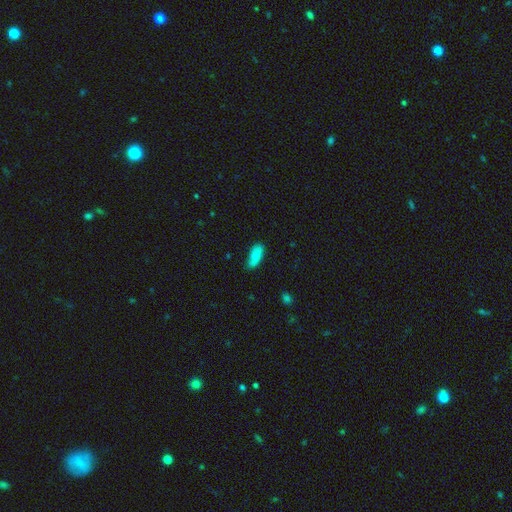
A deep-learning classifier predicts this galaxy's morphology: Q: Smooth or featured?
A: smooth (81%); runner-up: featured or disk (12%)
Q: How rounded?
A: in between (81%); runner-up: cigar-shaped (16%)
Q: Merging?
A: none (65%); runner-up: minor disturbance (27%)